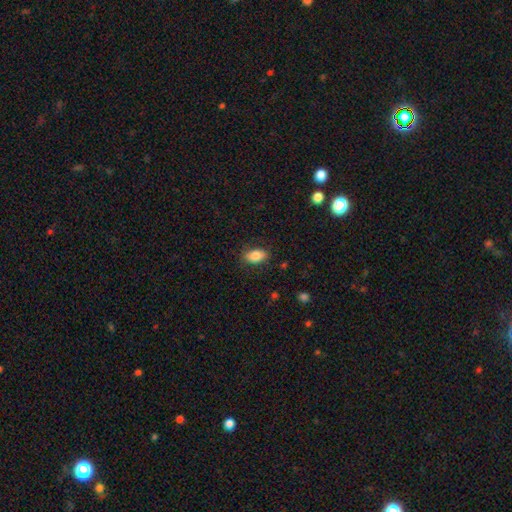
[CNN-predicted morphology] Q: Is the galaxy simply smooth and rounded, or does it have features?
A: smooth — 82%.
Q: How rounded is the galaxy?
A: in between — 89%.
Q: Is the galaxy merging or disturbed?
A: none — 82%.